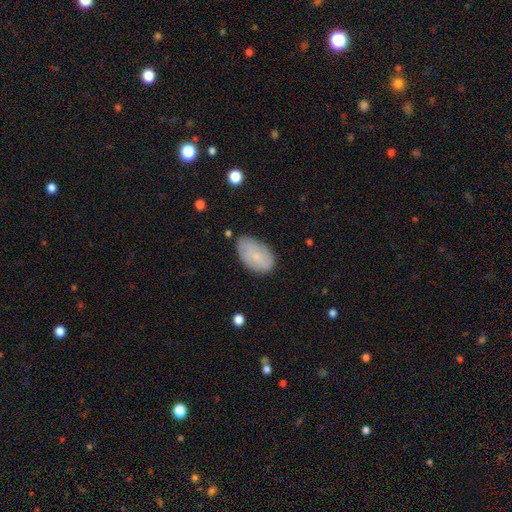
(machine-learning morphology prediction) Smooth or featured: smooth — 69% (featured or disk — 24%)
How rounded: in between — 93% (round — 5%)
Merging: none — 76% (minor disturbance — 19%)